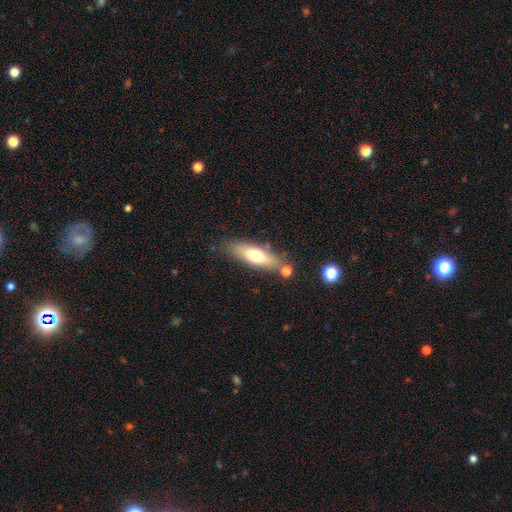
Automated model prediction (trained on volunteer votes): smooth_or_featured: smooth (p=0.60) [alt: featured or disk p=0.33]
how_rounded: cigar-shaped (p=0.54) [alt: in between p=0.44]
merging: none (p=0.75) [alt: minor disturbance p=0.13]